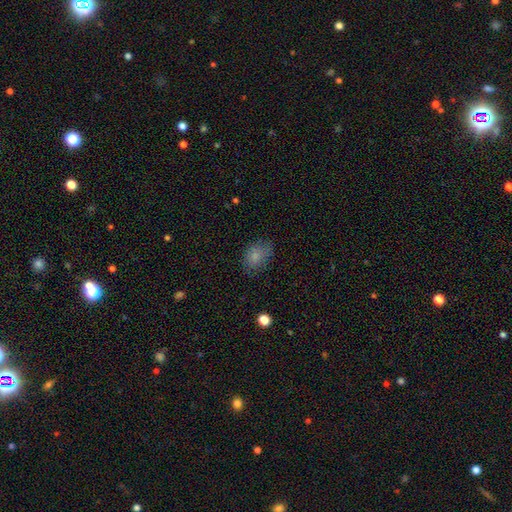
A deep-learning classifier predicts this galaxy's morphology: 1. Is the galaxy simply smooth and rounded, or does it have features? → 79% smooth, 10% featured or disk, 10% star or artifact.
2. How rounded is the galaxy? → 80% in between, 19% round, 1% cigar-shaped.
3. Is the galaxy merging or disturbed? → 68% none, 23% minor disturbance, 8% major disturbance, 1% merger.